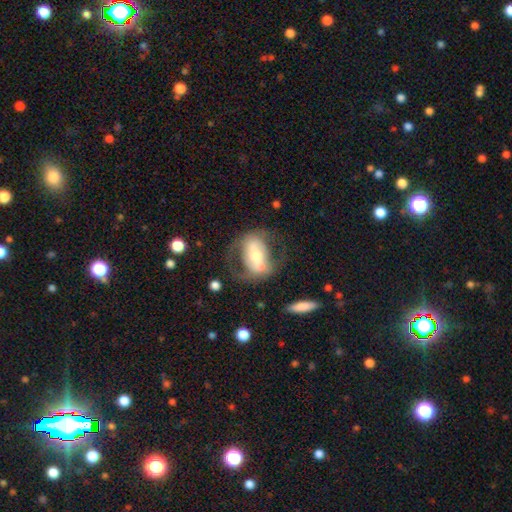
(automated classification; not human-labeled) Smooth or featured: featured or disk — 66% (smooth — 27%)
Edge-on disk: no — 92% (yes — 8%)
Bar: strong — 45% (weak — 28%)
Spiral arms: yes — 56% (no — 44%)
Bulge size: moderate — 61% (small — 22%)
Merging: none — 46% (major disturbance — 25%)